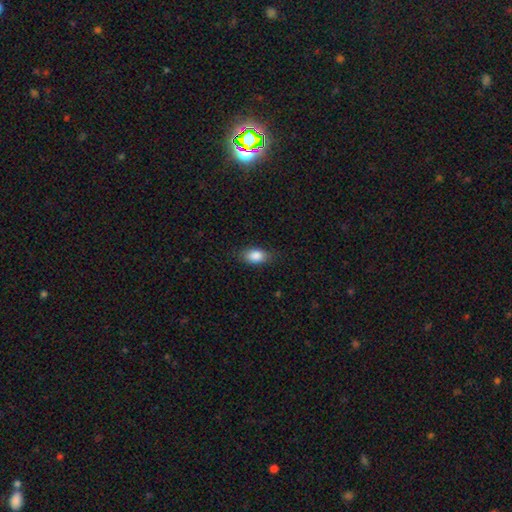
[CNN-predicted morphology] The model was most divided on "merging": none: 81%, minor disturbance: 15%, major disturbance: 4%, merger: 1%. More confident: how rounded — in between (87%); smooth or featured — smooth (86%).